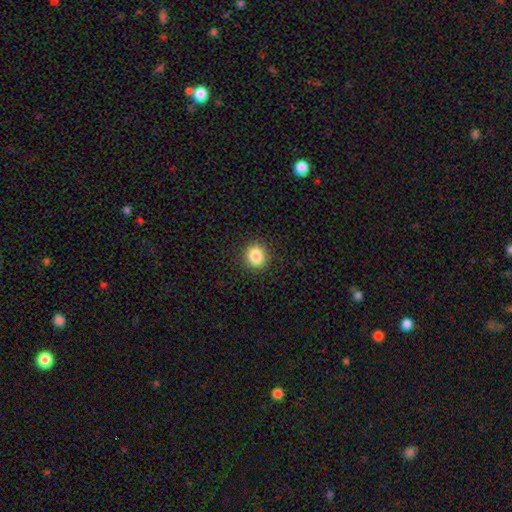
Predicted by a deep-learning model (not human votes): Smooth or featured?
  - smooth: 86% *
  - star or artifact: 10%
  - featured or disk: 4%
How rounded?
  - round: 84% *
  - in between: 15%
  - cigar-shaped: 1%
Merging?
  - none: 91% *
  - minor disturbance: 6%
  - major disturbance: 2%
  - merger: 1%